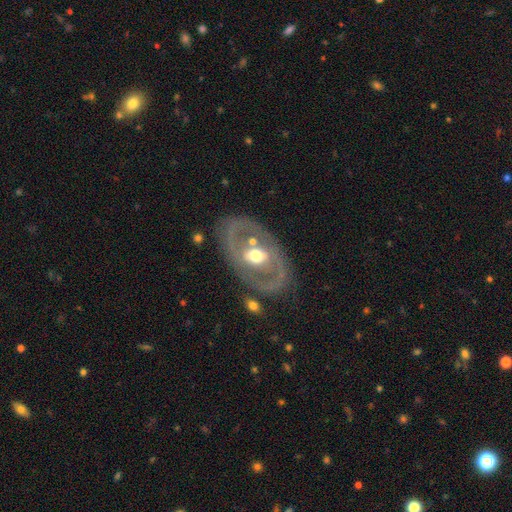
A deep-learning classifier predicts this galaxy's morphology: A featured or disk galaxy (73%) with no bar (49%), no spiral arms (64%) and a moderate central bulge (70%).

Vote fractions:
- Smooth or featured? featured or disk: 73% / smooth: 22% / star or artifact: 5%
- Edge-on disk? no: 92% / yes: 8%
- Bar? no: 49% / weak: 32% / strong: 20%
- Spiral arms? no: 64% / yes: 36%
- Bulge size? moderate: 70% / large: 16% / small: 10% / dominant: 2% / none: 1%
- Merging? none: 76% / minor disturbance: 13% / major disturbance: 7% / merger: 4%